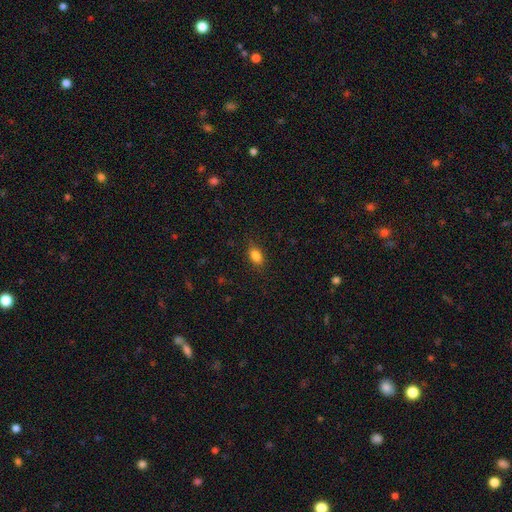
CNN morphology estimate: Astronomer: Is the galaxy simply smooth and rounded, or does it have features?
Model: smooth — 83%.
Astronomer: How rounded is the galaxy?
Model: in between — 82%.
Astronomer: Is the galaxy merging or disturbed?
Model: none — 82%.